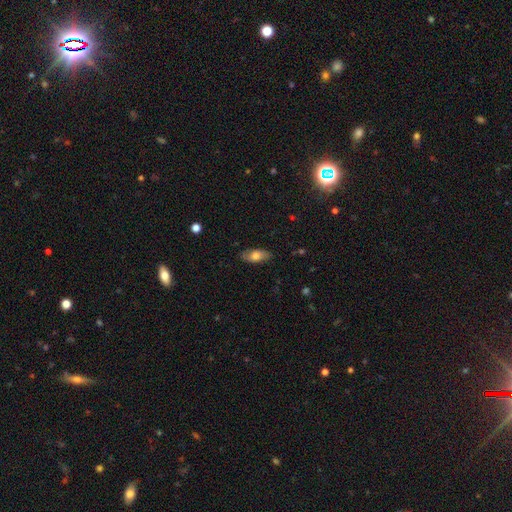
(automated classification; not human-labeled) This is likely a smooth galaxy (70%). How rounded: clearly in between (83%). Merging: clearly none (82%).